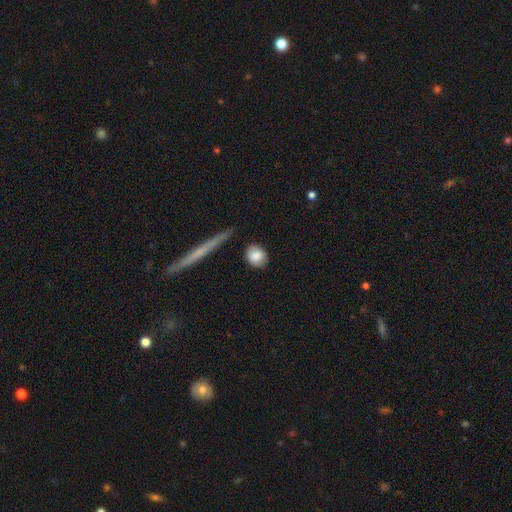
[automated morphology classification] type=smooth (85%); roundness=round (60%); merging=none (82%).